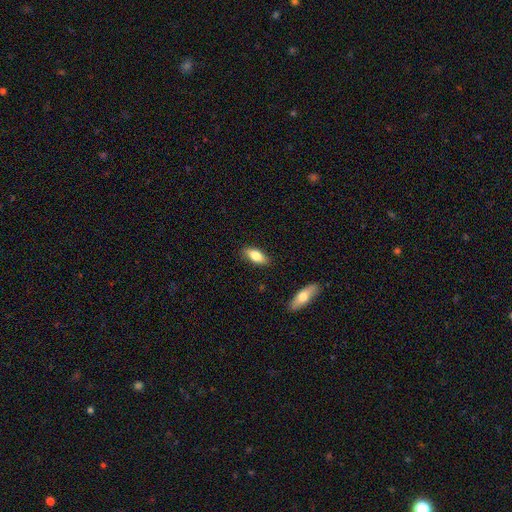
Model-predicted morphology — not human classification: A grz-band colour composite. It shows a smooth galaxy with no disk features (75%) that is in between round and cigar-shaped (77%). Merging: none (85%).